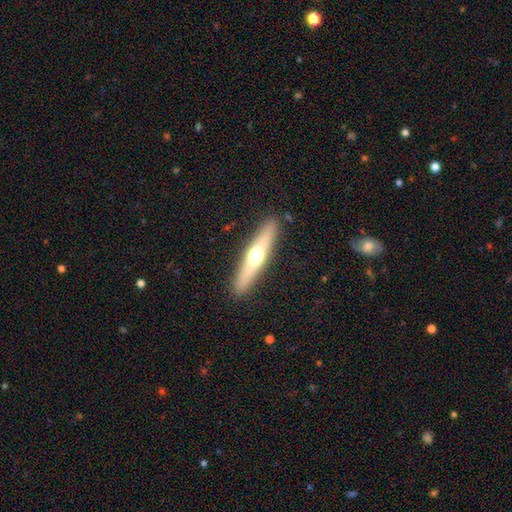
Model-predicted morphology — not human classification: This appears to be a featured or disk galaxy (54%) viewed edge-on (93%). Merging: none (90%).